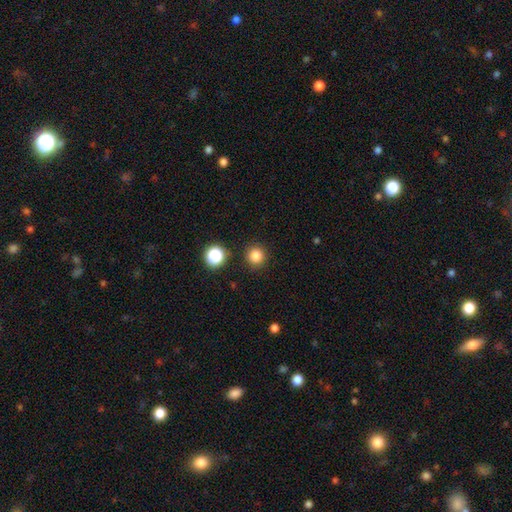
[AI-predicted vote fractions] smooth-or-featured: smooth: 83% | star or artifact: 13% | featured or disk: 4%
  how-rounded: round: 94% | in between: 5% | cigar-shaped: 1%
  merging: none: 90% | minor disturbance: 6% | major disturbance: 2% | merger: 2%